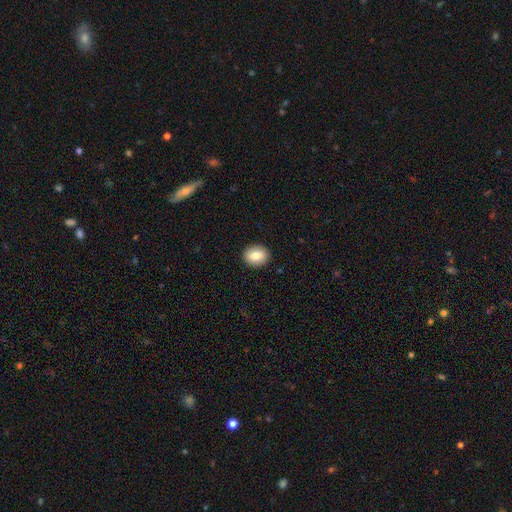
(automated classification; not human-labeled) Smooth or featured?
  - smooth: 81% *
  - featured or disk: 12%
  - star or artifact: 8%
How rounded?
  - round: 53% *
  - in between: 46%
  - cigar-shaped: 1%
Merging?
  - none: 91% *
  - minor disturbance: 7%
  - major disturbance: 2%
  - merger: 1%